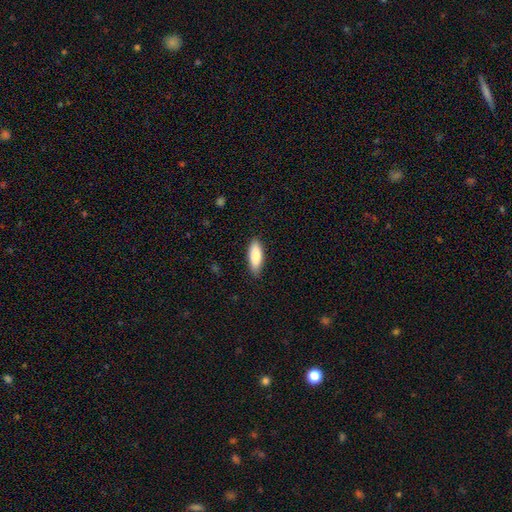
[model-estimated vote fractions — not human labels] The model was most divided on "how rounded": in between: 71%, cigar-shaped: 27%, round: 2%. More confident: merging — none (87%); smooth or featured — smooth (82%).